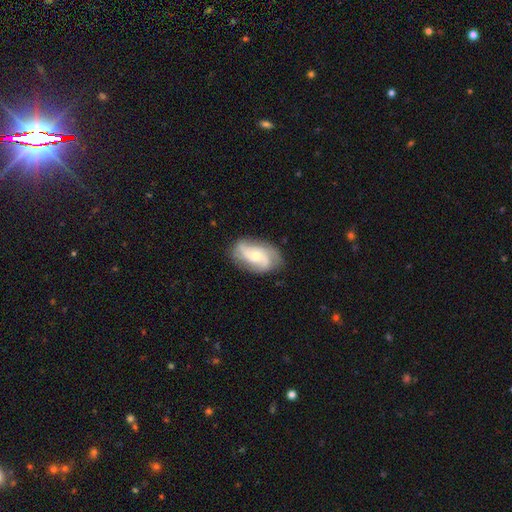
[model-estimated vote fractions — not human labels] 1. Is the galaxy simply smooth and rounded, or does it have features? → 77% featured or disk, 18% smooth, 6% star or artifact.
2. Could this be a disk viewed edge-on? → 97% no, 3% yes.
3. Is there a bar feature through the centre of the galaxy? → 65% no, 29% weak, 6% strong.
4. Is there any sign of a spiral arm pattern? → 95% yes, 5% no.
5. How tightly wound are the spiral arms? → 48% medium, 29% tight, 24% loose.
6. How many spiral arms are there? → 39% 2, 37% 3, 13% can't tell, 5% 4, 3% 1, 3% more than 4.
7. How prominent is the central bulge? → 55% small, 39% moderate, 3% large, 2% none, 1% dominant.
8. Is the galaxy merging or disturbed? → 73% none, 19% minor disturbance, 7% major disturbance, 2% merger.